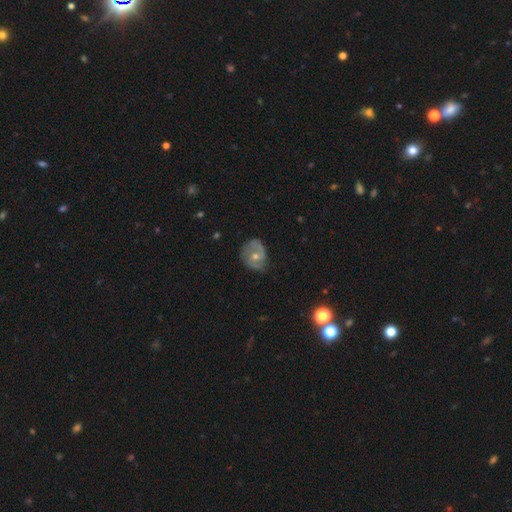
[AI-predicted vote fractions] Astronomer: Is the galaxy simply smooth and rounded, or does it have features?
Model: featured or disk — 60%.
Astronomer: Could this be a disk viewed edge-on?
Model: no — 97%.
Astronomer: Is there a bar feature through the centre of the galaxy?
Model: no — 71%.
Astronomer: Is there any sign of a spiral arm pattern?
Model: yes — 69%.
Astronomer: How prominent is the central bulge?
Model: moderate — 62%.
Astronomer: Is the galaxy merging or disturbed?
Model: none — 53% (runner-up: minor disturbance, 32%).